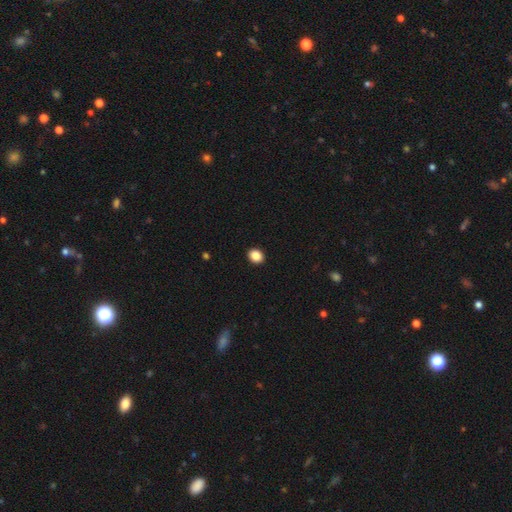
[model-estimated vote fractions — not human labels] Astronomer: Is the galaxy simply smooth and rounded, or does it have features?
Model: smooth — 87%.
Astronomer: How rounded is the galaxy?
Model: round — 58% (runner-up: in between, 41%).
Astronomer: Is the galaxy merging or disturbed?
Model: none — 93%.